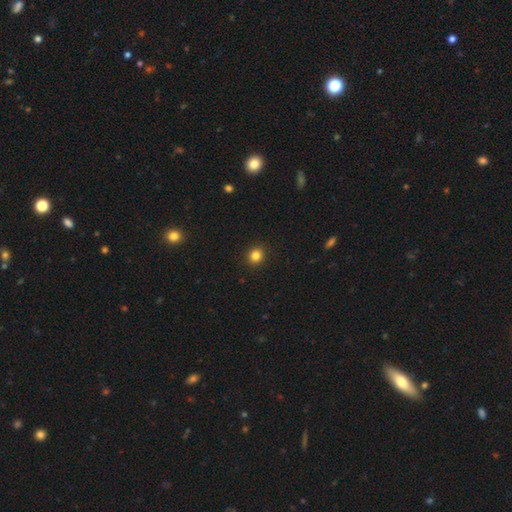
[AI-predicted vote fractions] Q: Smooth or featured?
A: smooth (83%); runner-up: star or artifact (12%)
Q: How rounded?
A: round (90%); runner-up: in between (9%)
Q: Merging?
A: none (93%); runner-up: minor disturbance (5%)